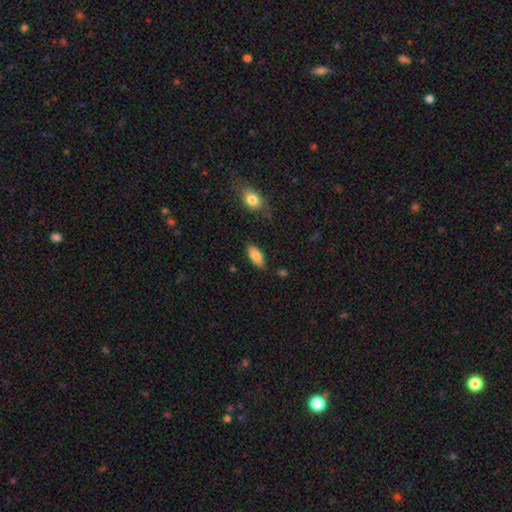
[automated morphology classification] Smooth or featured? Predicted: smooth (p=0.82). How rounded? Predicted: in between (p=0.82). Merging? Predicted: none (p=0.80).